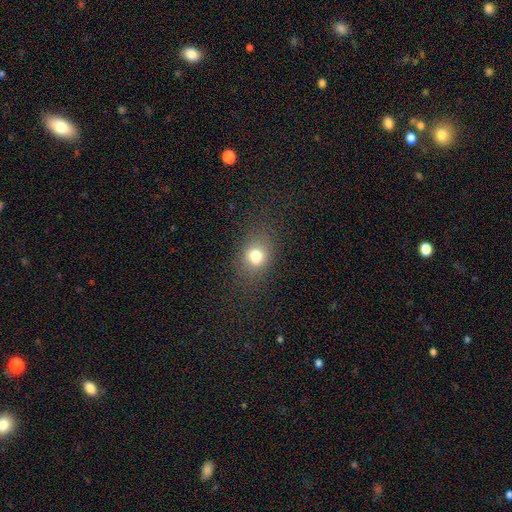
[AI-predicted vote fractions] Q: Smooth or featured?
A: smooth (76%); runner-up: star or artifact (14%)
Q: How rounded?
A: in between (50%); runner-up: round (48%)
Q: Merging?
A: none (78%); runner-up: minor disturbance (14%)